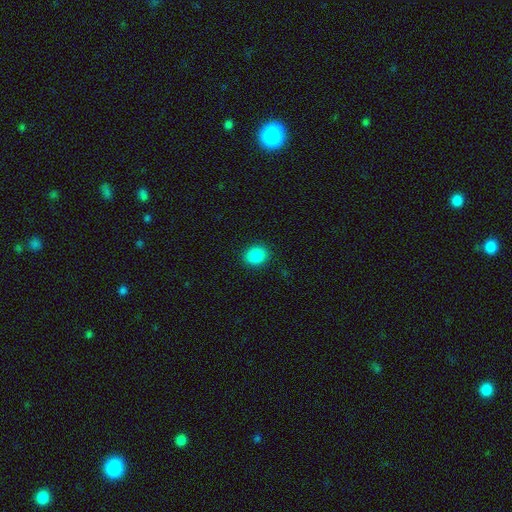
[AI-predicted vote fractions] smooth_or_featured: smooth (p=0.86) [alt: star or artifact p=0.10]
how_rounded: round (p=0.64) [alt: in between p=0.35]
merging: none (p=0.90) [alt: minor disturbance p=0.07]